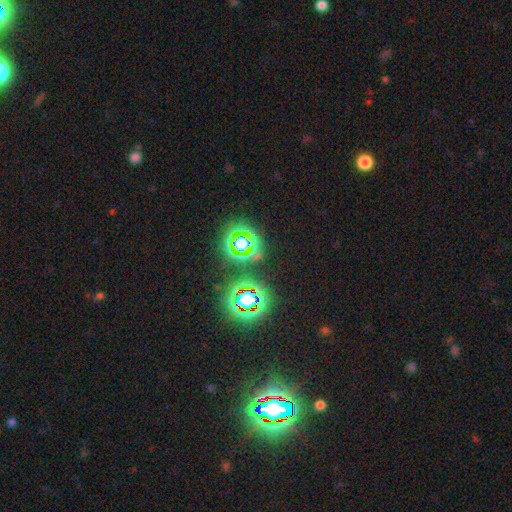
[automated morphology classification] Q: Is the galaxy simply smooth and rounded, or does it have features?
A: star or artifact — 75%.